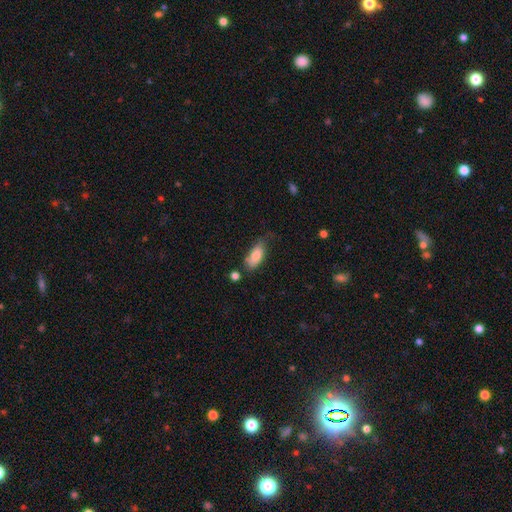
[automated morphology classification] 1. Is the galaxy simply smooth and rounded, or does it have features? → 79% smooth, 14% featured or disk, 7% star or artifact.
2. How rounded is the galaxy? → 85% in between, 13% cigar-shaped, 3% round.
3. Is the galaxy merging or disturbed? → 56% none, 30% minor disturbance, 8% major disturbance, 6% merger.